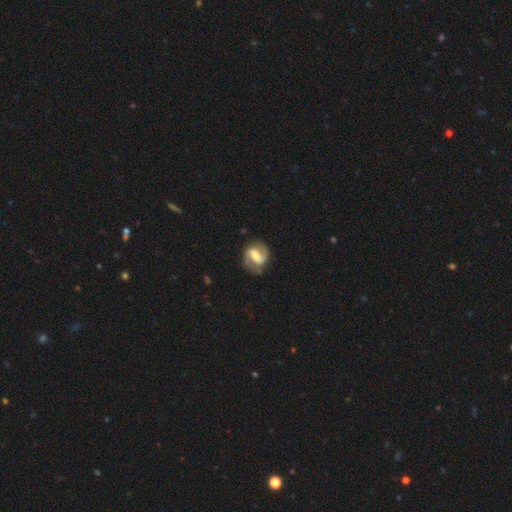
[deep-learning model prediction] Q: Smooth or featured?
A: featured or disk (85%); runner-up: smooth (10%)
Q: Edge-on disk?
A: no (98%); runner-up: yes (2%)
Q: Bar?
A: weak (44%); runner-up: strong (42%)
Q: Spiral arms?
A: yes (95%); runner-up: no (5%)
Q: Spiral winding?
A: medium (52%); runner-up: loose (25%)
Q: Spiral arm count?
A: 2 (92%); runner-up: can't tell (3%)
Q: Bulge size?
A: moderate (51%); runner-up: small (29%)
Q: Merging?
A: none (82%); runner-up: minor disturbance (12%)